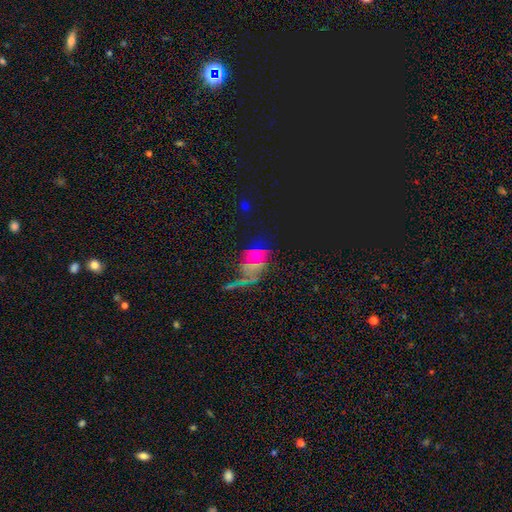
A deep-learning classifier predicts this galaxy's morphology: smooth-or-featured: star or artifact: 49% | smooth: 32% | featured or disk: 19%